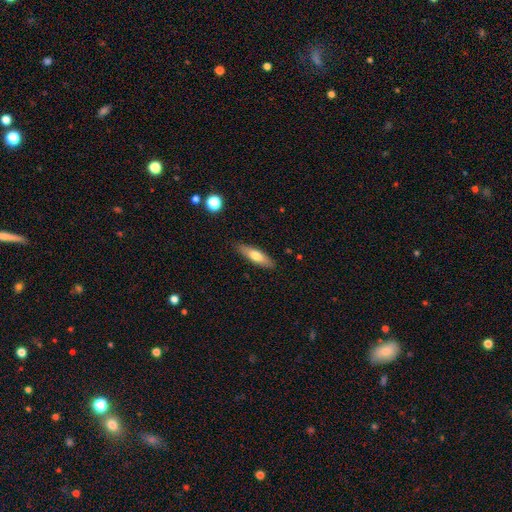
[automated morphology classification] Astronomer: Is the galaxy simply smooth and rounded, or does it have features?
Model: smooth — 66%.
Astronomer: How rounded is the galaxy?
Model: cigar-shaped — 59% (runner-up: in between, 39%).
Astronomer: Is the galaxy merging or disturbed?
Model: none — 87%.